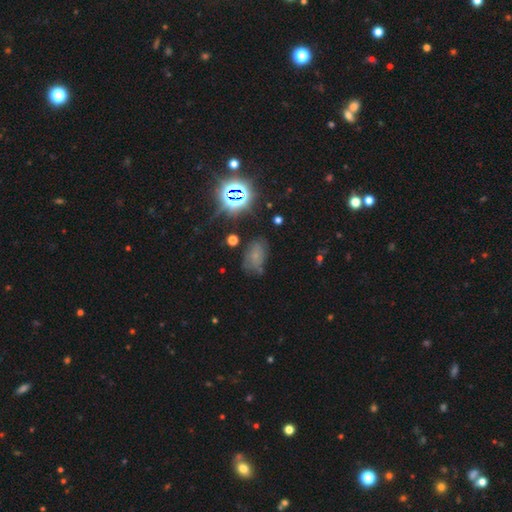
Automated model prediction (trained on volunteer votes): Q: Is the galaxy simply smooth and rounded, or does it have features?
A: smooth — 43%.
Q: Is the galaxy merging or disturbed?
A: none — 59%.